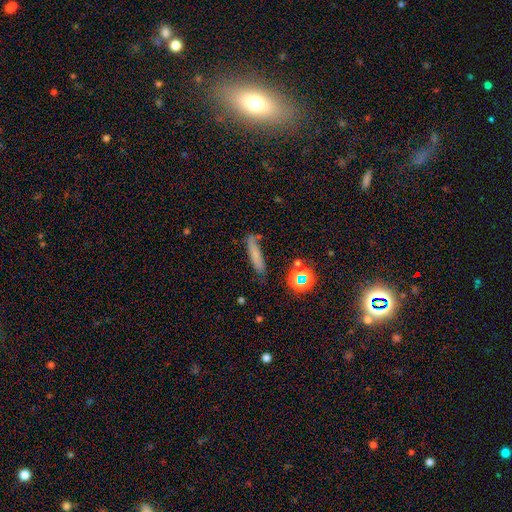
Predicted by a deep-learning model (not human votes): Q: Smooth or featured?
A: smooth (69%); runner-up: featured or disk (18%)
Q: How rounded?
A: cigar-shaped (85%); runner-up: in between (12%)
Q: Merging?
A: none (68%); runner-up: minor disturbance (20%)